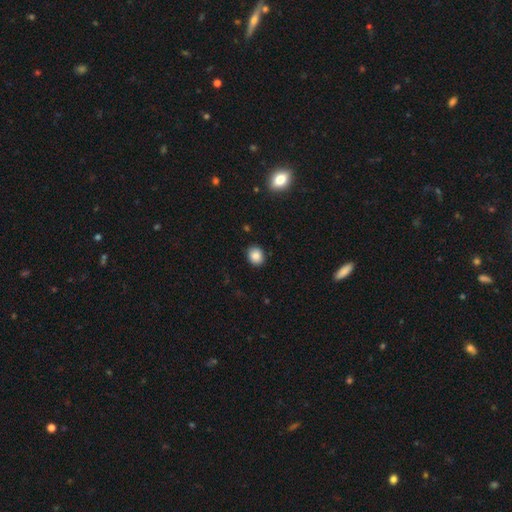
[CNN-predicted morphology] Overall: smooth (86%). How rounded: round (65%; in between 34%). Merging: none (89%).